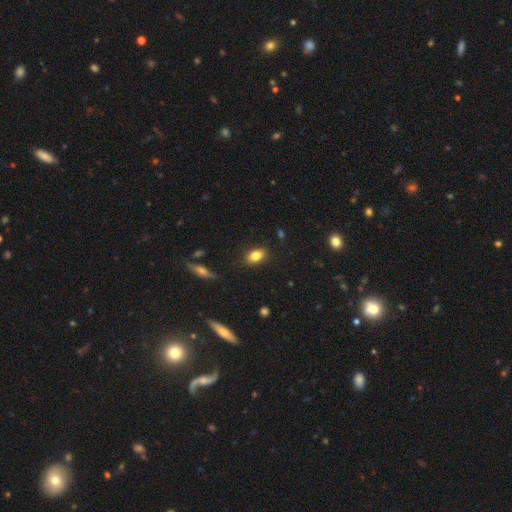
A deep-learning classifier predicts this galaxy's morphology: smooth-or-featured: smooth: 82% | featured or disk: 9% | star or artifact: 9%
  how-rounded: in between: 85% | round: 12% | cigar-shaped: 3%
  merging: none: 86% | minor disturbance: 10% | major disturbance: 2% | merger: 1%